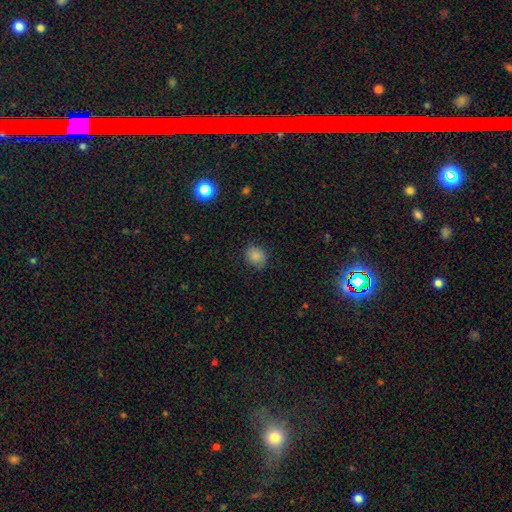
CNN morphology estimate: A smooth galaxy with no disk features (84%) that is round (63%).

Vote fractions:
- Smooth or featured? smooth: 84% / star or artifact: 11% / featured or disk: 5%
- How rounded? round: 63% / in between: 36% / cigar-shaped: 1%
- Merging? none: 81% / minor disturbance: 15% / major disturbance: 3% / merger: 1%